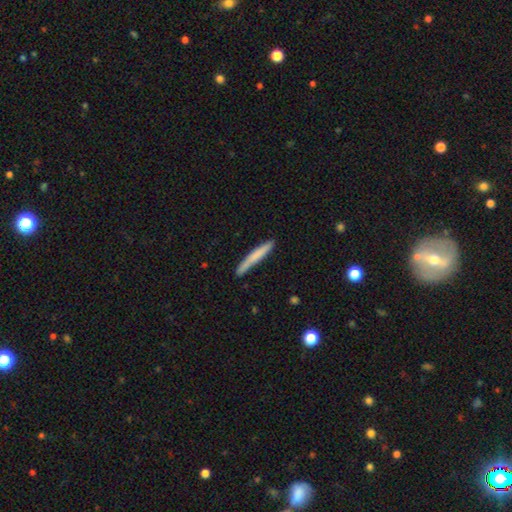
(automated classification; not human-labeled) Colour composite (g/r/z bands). It shows a smooth galaxy with no disk features (70%) that is cigar-shaped (96%). Merging: none (83%).